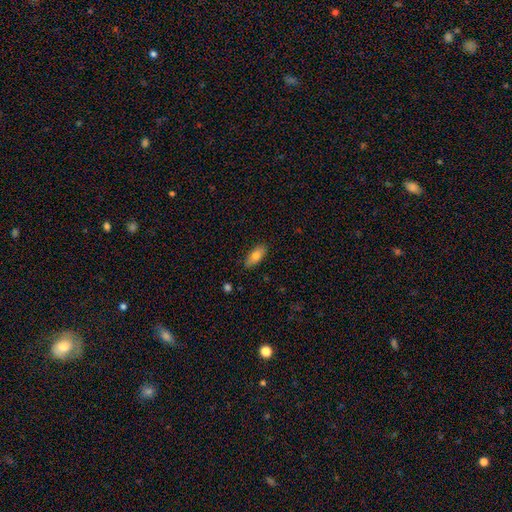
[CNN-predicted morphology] smooth_or_featured: smooth (p=0.77) [alt: featured or disk p=0.16]
how_rounded: in between (p=0.83) [alt: cigar-shaped p=0.14]
merging: none (p=0.85) [alt: minor disturbance p=0.11]